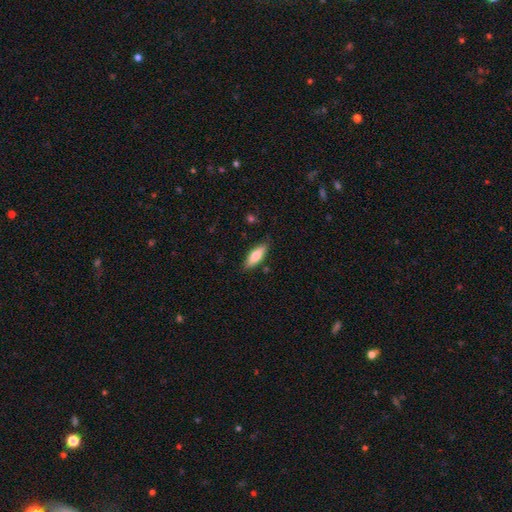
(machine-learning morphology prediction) A smooth galaxy with no disk features (75%) that is in between round and cigar-shaped (65%).

Vote fractions:
- Smooth or featured? smooth: 75% / featured or disk: 19% / star or artifact: 6%
- How rounded? in between: 65% / cigar-shaped: 33% / round: 2%
- Merging? none: 84% / minor disturbance: 12% / major disturbance: 2% / merger: 2%